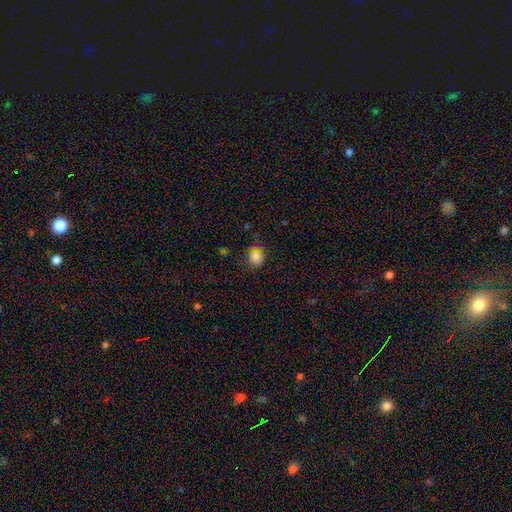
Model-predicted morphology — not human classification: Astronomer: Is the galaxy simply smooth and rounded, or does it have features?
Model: smooth — 75%.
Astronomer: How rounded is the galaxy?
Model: round — 78%.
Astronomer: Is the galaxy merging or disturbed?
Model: none — 80%.